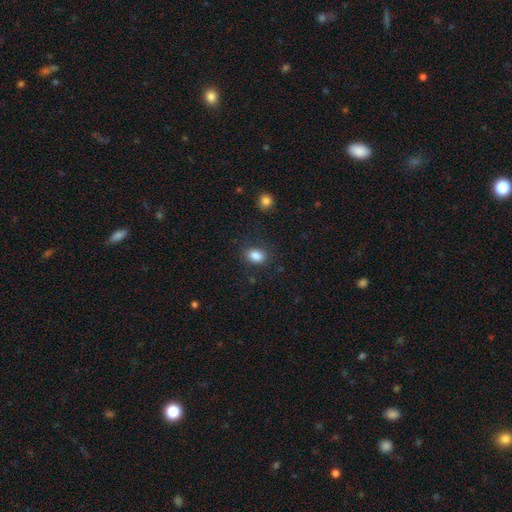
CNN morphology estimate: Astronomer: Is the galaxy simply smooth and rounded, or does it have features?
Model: smooth — 85%.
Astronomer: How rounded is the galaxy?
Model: in between — 66%.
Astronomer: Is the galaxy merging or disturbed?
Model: none — 81%.